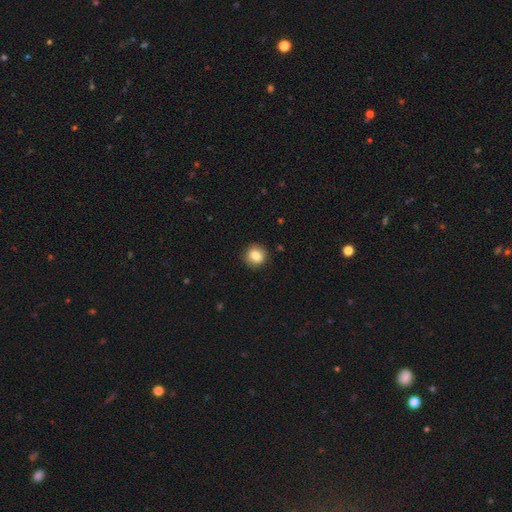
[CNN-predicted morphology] smooth 83%, star or artifact 9%, featured or disk 8%. Down the decision tree: how rounded — round (84%); merging — none (90%).